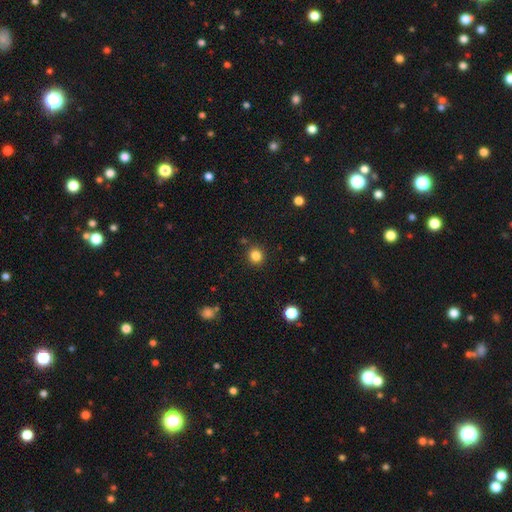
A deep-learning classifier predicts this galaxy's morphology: type=smooth (83%); roundness=round (89%); merging=none (89%).